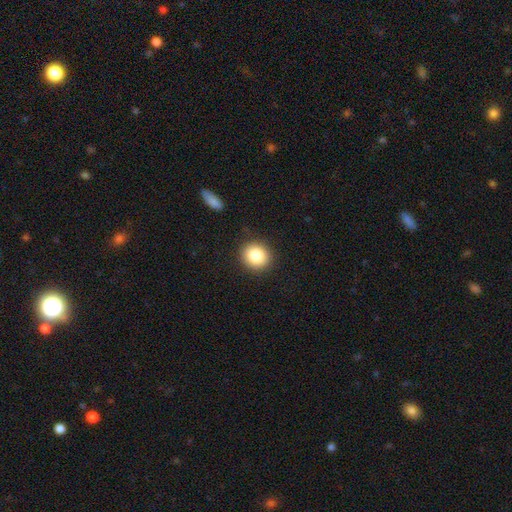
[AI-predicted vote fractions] Overall: smooth (84%). How rounded: round (83%). Merging: none (90%).